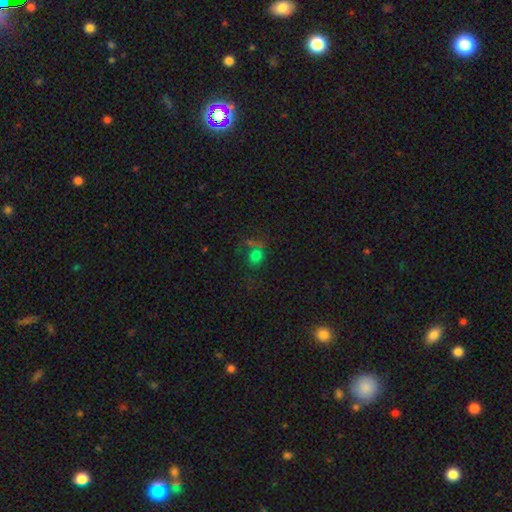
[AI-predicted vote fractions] The model was most divided on "merging": none: 42%, merger: 23%, major disturbance: 19%, minor disturbance: 16%. More confident: how rounded — round (65%); smooth or featured — smooth (59%).